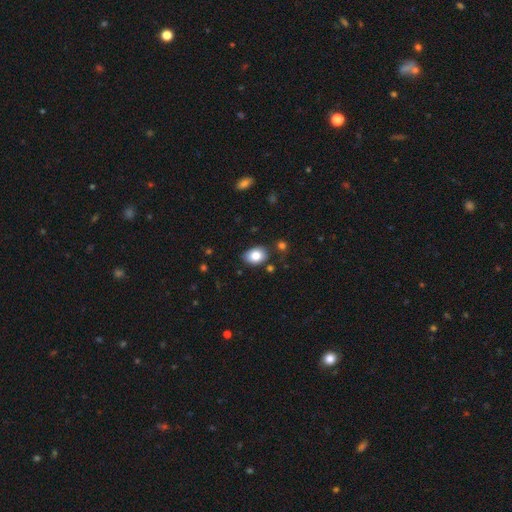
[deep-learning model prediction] Morphology: type=smooth (82%); roundness=in between (78%); merging=none (80%).